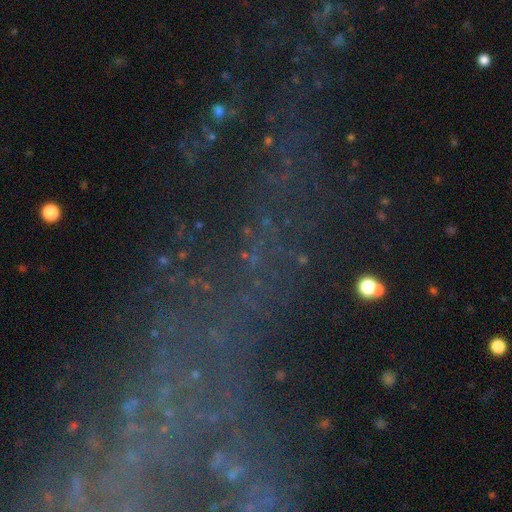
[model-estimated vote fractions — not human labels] Overall: star or artifact (60%; featured or disk 21%).